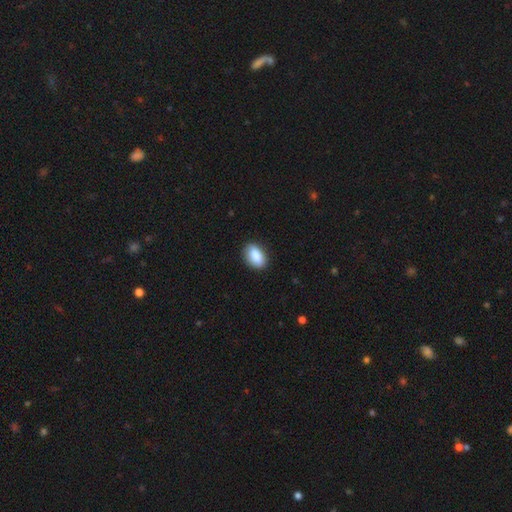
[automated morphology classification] A smooth galaxy with no disk features (86%) that is in between round and cigar-shaped (89%). Merging: none (87%).